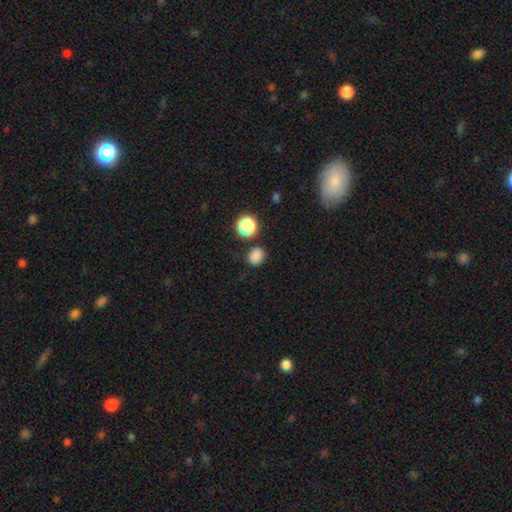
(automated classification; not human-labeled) Smooth or featured? smooth (81%)
How rounded? round (60%)
Merging? none (82%)